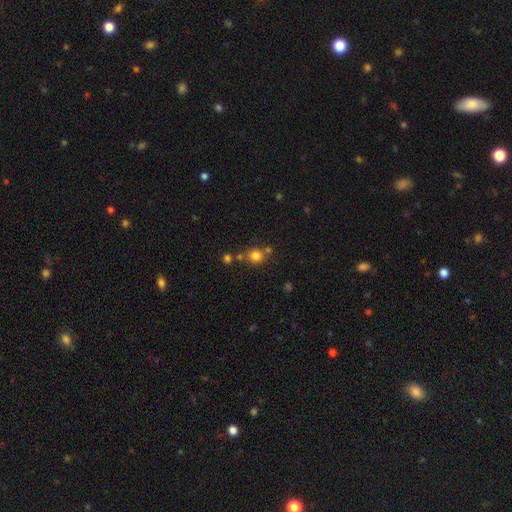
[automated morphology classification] Overall: smooth (78%). How rounded: round (82%). Merging: none (68%).